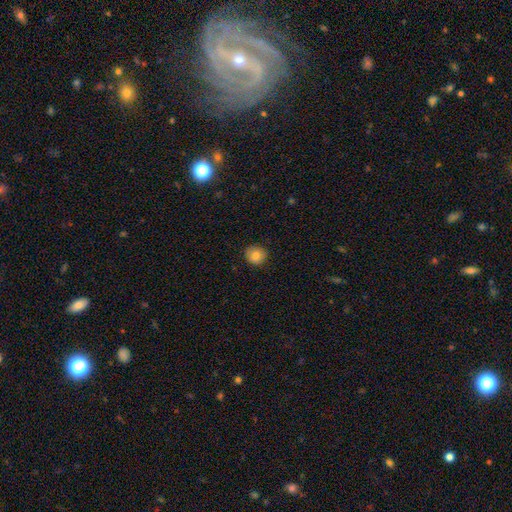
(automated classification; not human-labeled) The model was most divided on "smooth or featured": smooth: 82%, star or artifact: 10%, featured or disk: 8%. More confident: merging — none (89%); how rounded — round (88%).